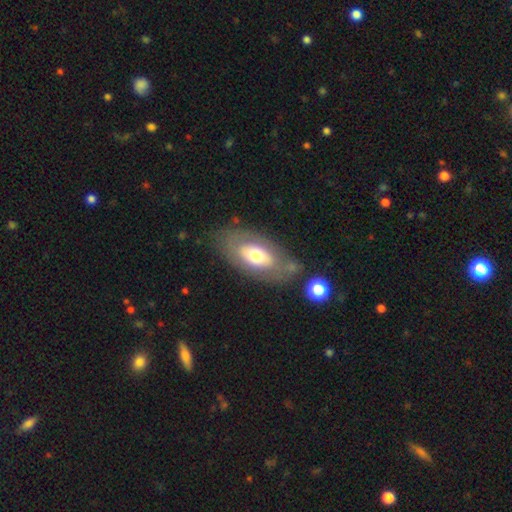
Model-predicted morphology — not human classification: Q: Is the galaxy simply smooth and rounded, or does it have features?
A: smooth — 52%.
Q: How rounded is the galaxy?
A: in between — 90%.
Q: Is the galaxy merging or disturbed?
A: none — 71%.